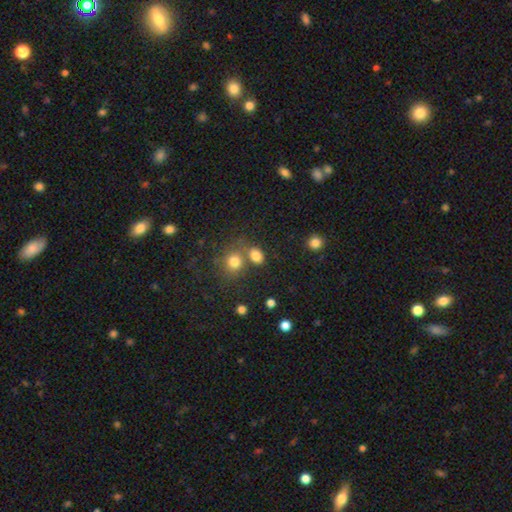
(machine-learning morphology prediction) A smooth galaxy with no disk features (80%) that is in between round and cigar-shaped (62%). Merging: none (58%).